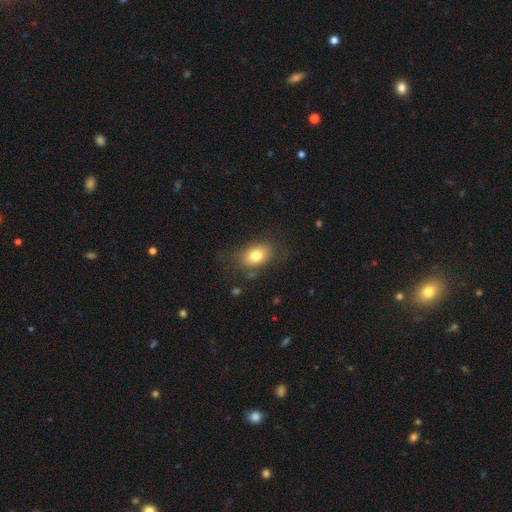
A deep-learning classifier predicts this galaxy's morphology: A smooth galaxy with no disk features (78%) that is in between round and cigar-shaped (76%). Merging: none (74%).